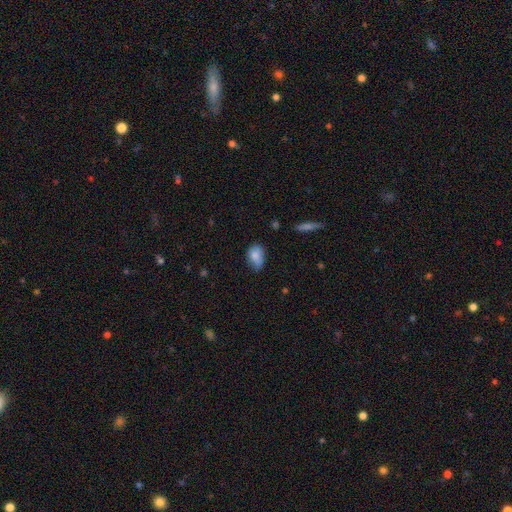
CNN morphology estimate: This is clearly a smooth galaxy (82%). How rounded: clearly in between (82%). Merging: possibly none (49%).